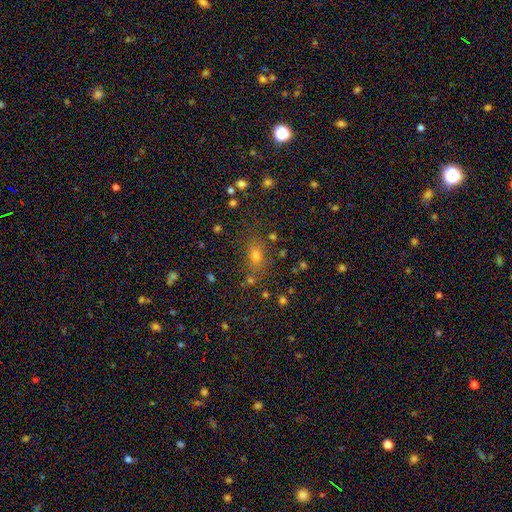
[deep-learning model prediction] Overall: smooth (63%; star or artifact 26%). How rounded: in between (61%; round 33%). Merging: none (74%).